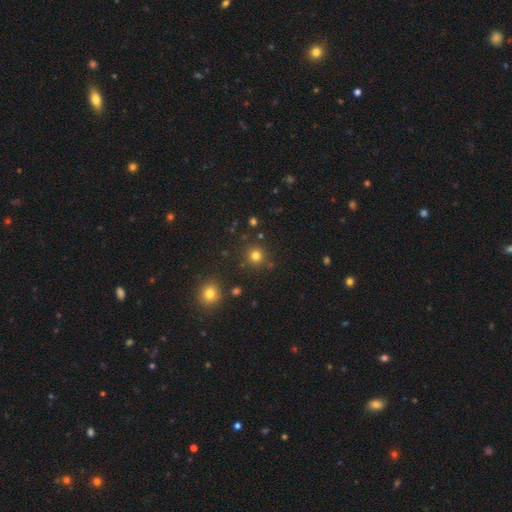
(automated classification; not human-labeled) Q: Smooth or featured?
A: smooth (78%); runner-up: star or artifact (17%)
Q: How rounded?
A: round (94%); runner-up: in between (5%)
Q: Merging?
A: none (87%); runner-up: minor disturbance (6%)